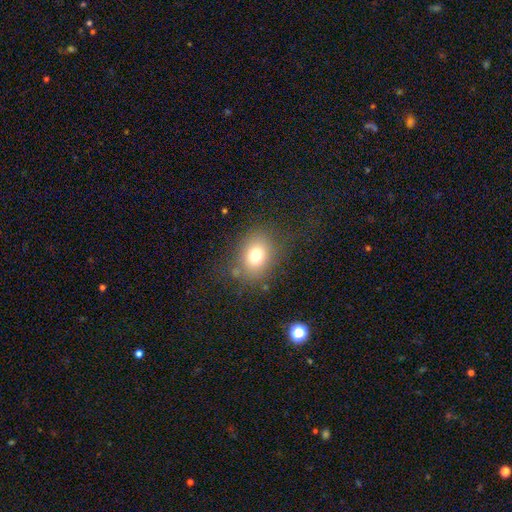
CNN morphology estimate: Smooth or featured? Predicted: smooth (p=0.74). How rounded? Predicted: in between (p=0.54). Merging? Predicted: none (p=0.76).